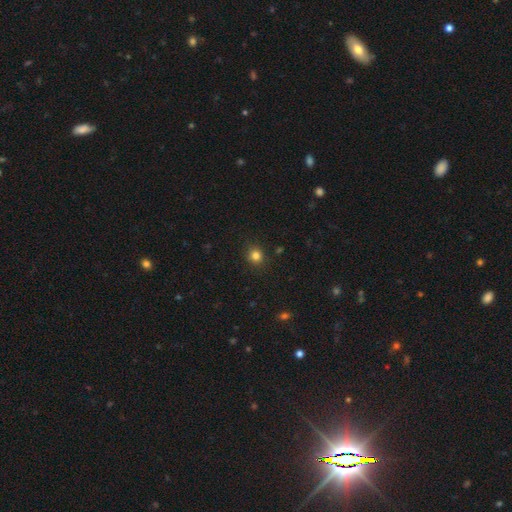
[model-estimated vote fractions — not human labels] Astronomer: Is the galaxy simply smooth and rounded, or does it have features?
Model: smooth — 81%.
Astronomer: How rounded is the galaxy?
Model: round — 87%.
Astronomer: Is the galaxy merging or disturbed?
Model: none — 90%.